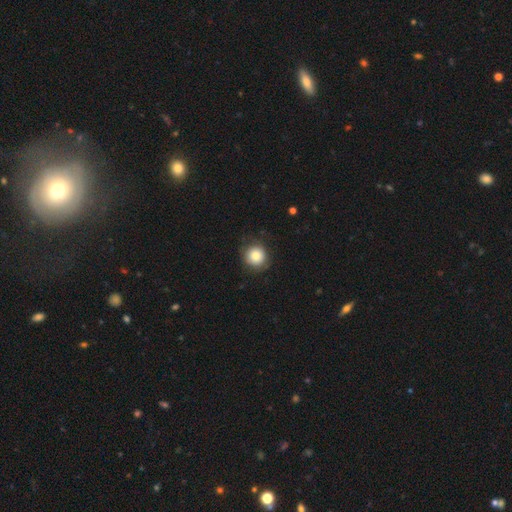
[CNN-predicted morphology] smooth_or_featured: smooth (p=0.80) [alt: featured or disk p=0.11]
how_rounded: round (p=0.93) [alt: in between p=0.06]
merging: none (p=0.82) [alt: minor disturbance p=0.13]